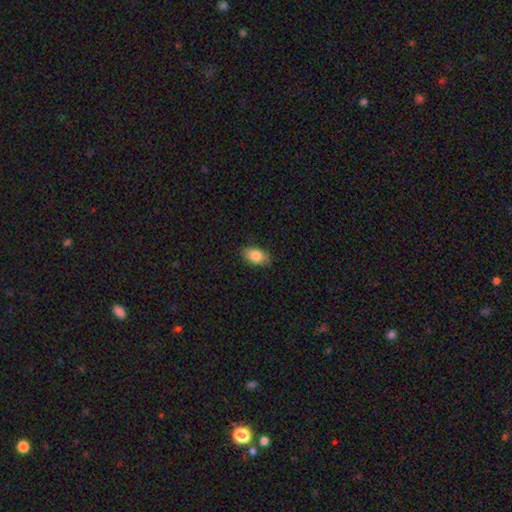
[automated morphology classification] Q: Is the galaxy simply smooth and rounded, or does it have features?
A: smooth — 84%.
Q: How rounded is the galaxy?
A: in between — 91%.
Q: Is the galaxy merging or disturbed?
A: none — 87%.